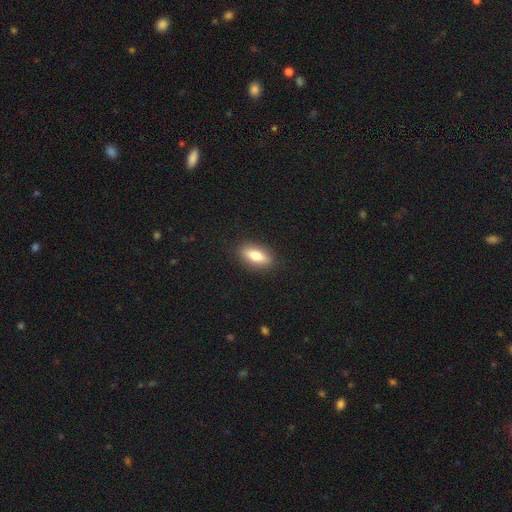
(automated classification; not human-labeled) Smooth or featured? smooth (74%)
How rounded? in between (76%)
Merging? none (89%)